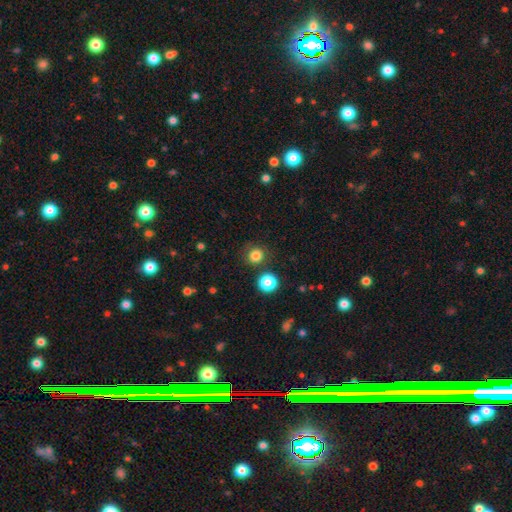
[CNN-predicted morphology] A smooth galaxy with no disk features (82%) that is round (89%). Merging: none (81%).